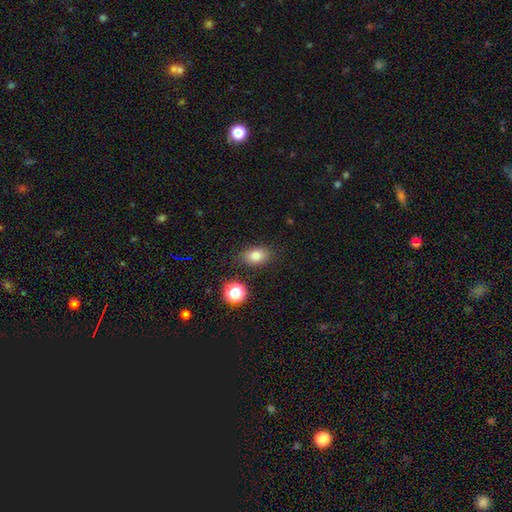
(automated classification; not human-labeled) This appears to be a smooth galaxy with no disk features (79%) that is in between round and cigar-shaped (79%). Merging: none (84%).